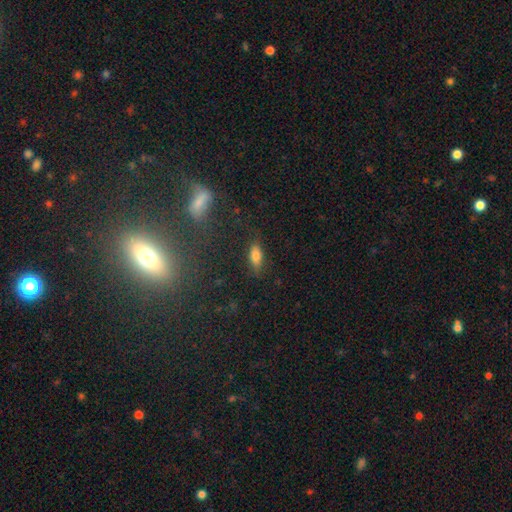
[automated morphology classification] smooth-or-featured: smooth: 78% | featured or disk: 12% | star or artifact: 10%
  how-rounded: in between: 81% | cigar-shaped: 15% | round: 4%
  merging: none: 82% | minor disturbance: 13% | major disturbance: 4% | merger: 2%